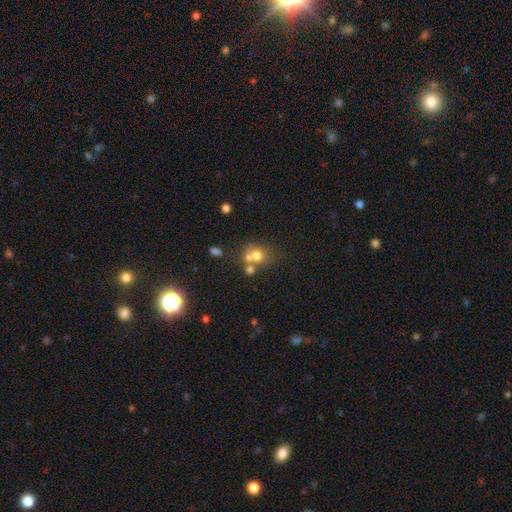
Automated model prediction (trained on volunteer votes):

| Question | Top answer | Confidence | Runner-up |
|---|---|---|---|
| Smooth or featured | smooth | 68% | featured or disk (18%) |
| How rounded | round | 67% | in between (32%) |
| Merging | merger | 42% | none (41%) |